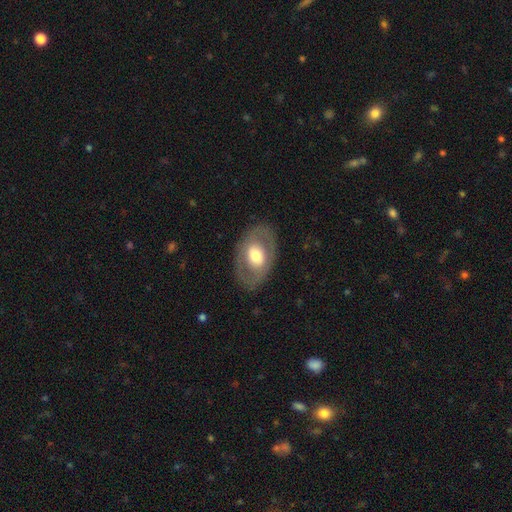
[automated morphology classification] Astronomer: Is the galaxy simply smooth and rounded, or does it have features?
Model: smooth — 48% (runner-up: featured or disk, 46%).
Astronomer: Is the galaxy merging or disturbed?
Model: none — 80%.